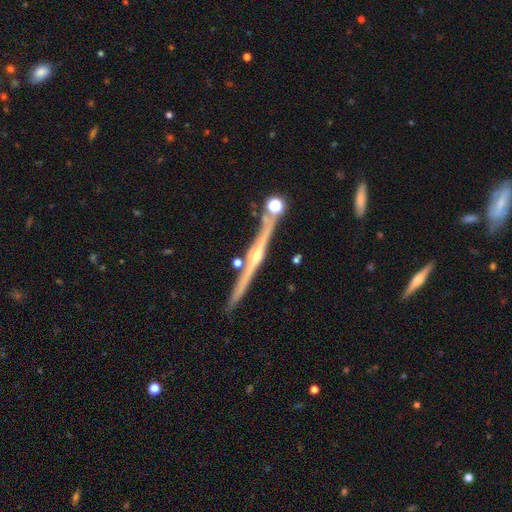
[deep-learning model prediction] This appears to be a featured or disk galaxy (85%) viewed edge-on (98%) with a rounded central bulge (83%). Merging: none (81%).